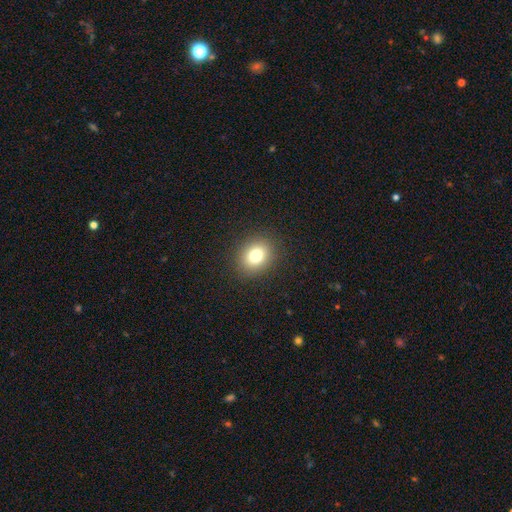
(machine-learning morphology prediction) This is likely a smooth galaxy (80%). How rounded: possibly in between (52%). Merging: clearly none (89%).